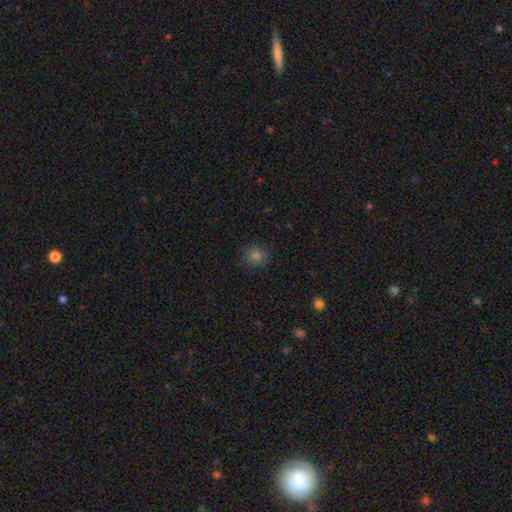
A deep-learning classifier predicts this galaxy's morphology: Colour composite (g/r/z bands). It shows a smooth galaxy with no disk features (76%) that is round (88%). Merging: none (88%).